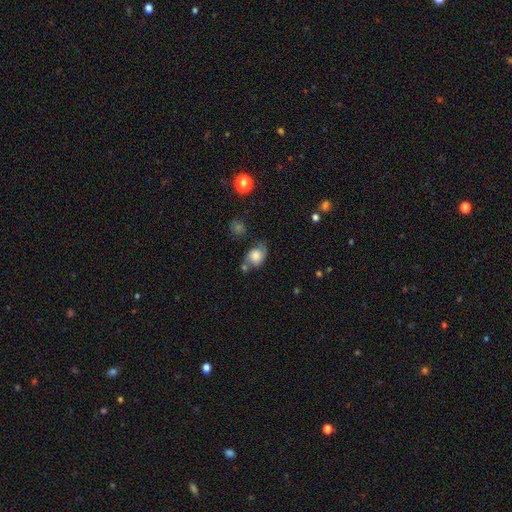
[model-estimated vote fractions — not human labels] Smooth or featured? Predicted: smooth (p=0.53). How rounded? Predicted: in between (p=0.61). Merging? Predicted: none (p=0.47).